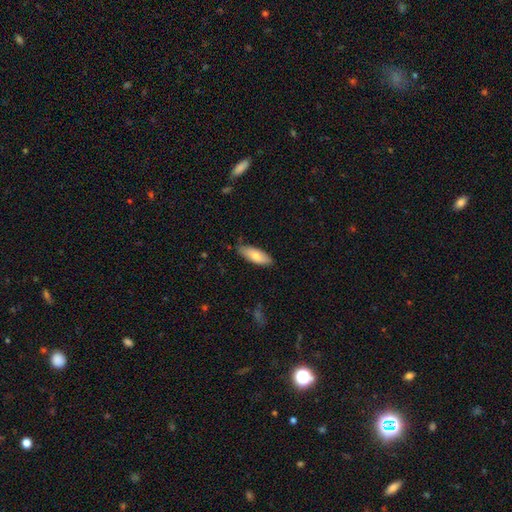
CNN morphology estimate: Smooth or featured? Predicted: smooth (p=0.77). How rounded? Predicted: in between (p=0.70). Merging? Predicted: none (p=0.76).